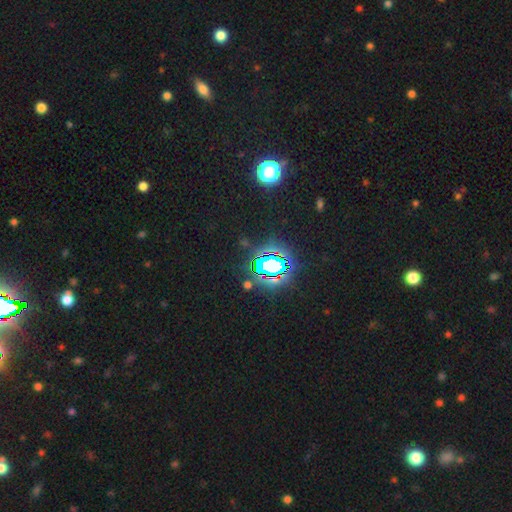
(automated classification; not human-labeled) Overall: star or artifact (84%).